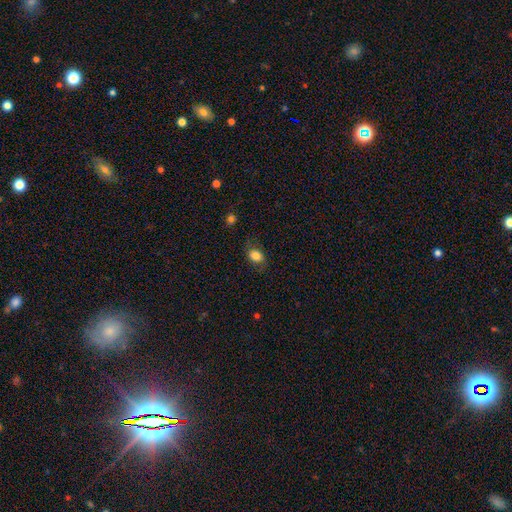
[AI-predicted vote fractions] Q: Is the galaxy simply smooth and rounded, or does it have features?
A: smooth — 81%.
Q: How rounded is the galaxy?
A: in between — 69%.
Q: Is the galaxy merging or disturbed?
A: none — 72%.